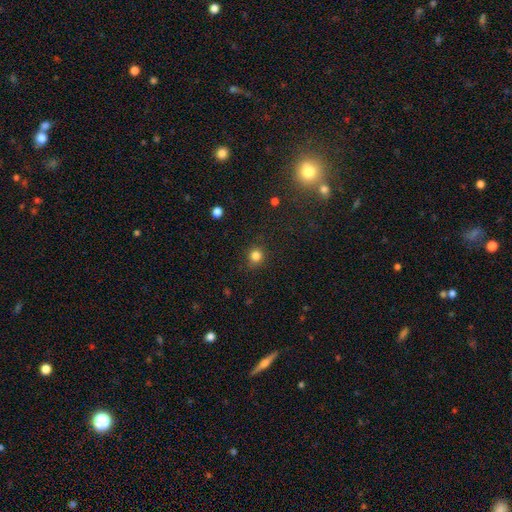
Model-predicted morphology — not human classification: Smooth or featured?
  - smooth: 82% *
  - star or artifact: 13%
  - featured or disk: 5%
How rounded?
  - round: 89% *
  - in between: 10%
  - cigar-shaped: 1%
Merging?
  - none: 85% *
  - minor disturbance: 10%
  - major disturbance: 3%
  - merger: 1%